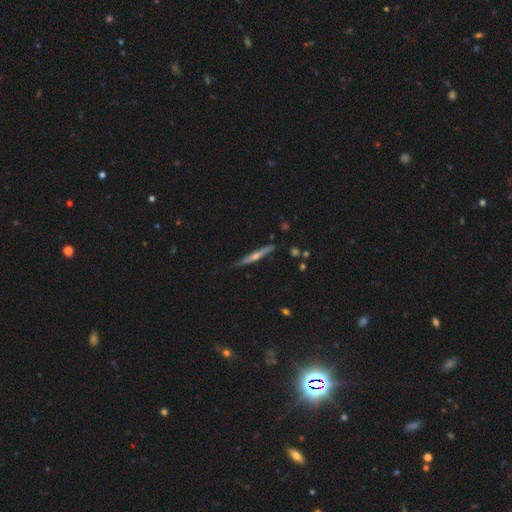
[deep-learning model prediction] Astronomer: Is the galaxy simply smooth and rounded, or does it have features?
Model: featured or disk — 69%.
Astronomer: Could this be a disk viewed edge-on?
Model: yes — 97%.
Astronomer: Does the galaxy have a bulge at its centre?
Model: rounded — 79%.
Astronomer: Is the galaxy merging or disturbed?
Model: none — 85%.